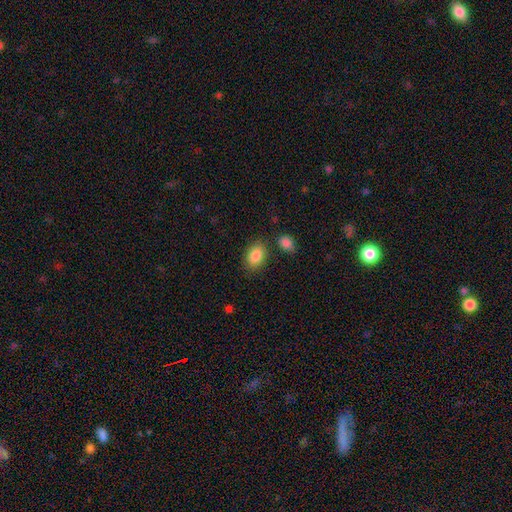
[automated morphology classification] smooth-or-featured: smooth: 87% | star or artifact: 7% | featured or disk: 6%
  how-rounded: in between: 84% | round: 15% | cigar-shaped: 1%
  merging: none: 77% | minor disturbance: 13% | merger: 6% | major disturbance: 4%